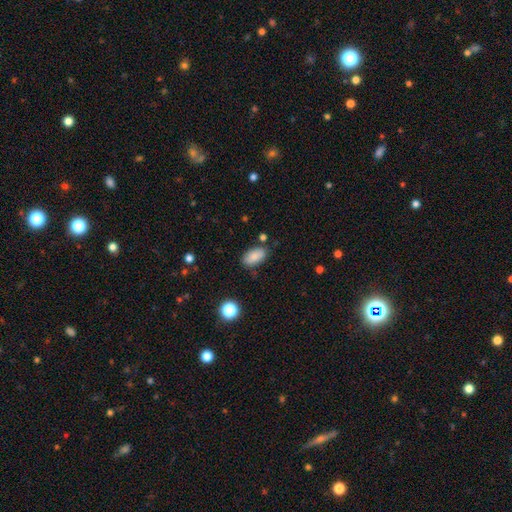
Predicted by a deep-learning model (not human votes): smooth 84%, star or artifact 8%, featured or disk 8%. Down the decision tree: how rounded — in between (92%); merging — none (80%).